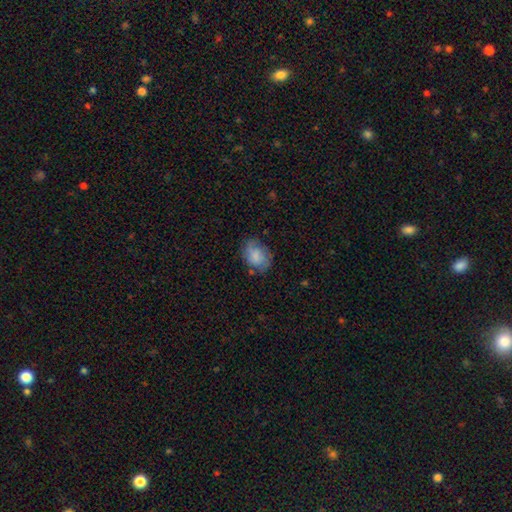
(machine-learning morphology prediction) type=smooth (71%); roundness=in between (72%); merging=none (64%).